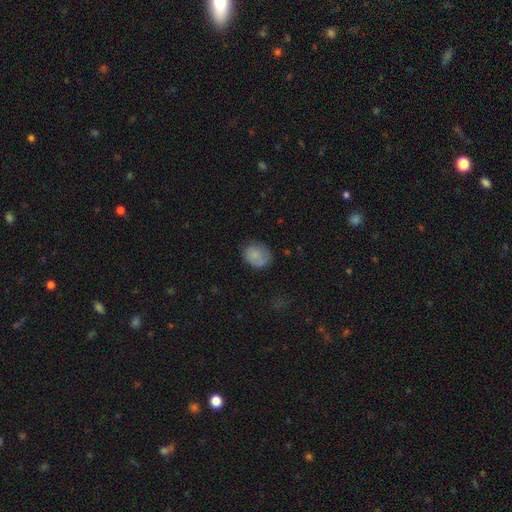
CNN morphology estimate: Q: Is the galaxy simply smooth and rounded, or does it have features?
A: smooth — 78%.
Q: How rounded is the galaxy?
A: round — 60%.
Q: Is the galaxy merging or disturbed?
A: none — 69%.